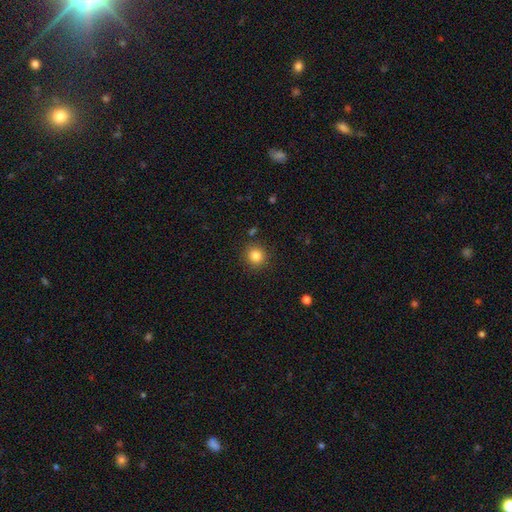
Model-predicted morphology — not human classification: Q: Smooth or featured?
A: smooth (83%); runner-up: star or artifact (12%)
Q: How rounded?
A: round (92%); runner-up: in between (7%)
Q: Merging?
A: none (88%); runner-up: minor disturbance (7%)